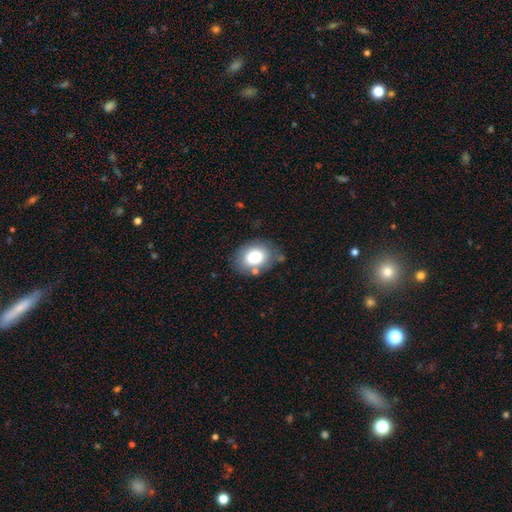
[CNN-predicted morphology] smooth-or-featured: smooth: 79% | featured or disk: 12% | star or artifact: 9%
  how-rounded: in between: 60% | round: 39% | cigar-shaped: 1%
  merging: none: 74% | minor disturbance: 17% | major disturbance: 5% | merger: 4%